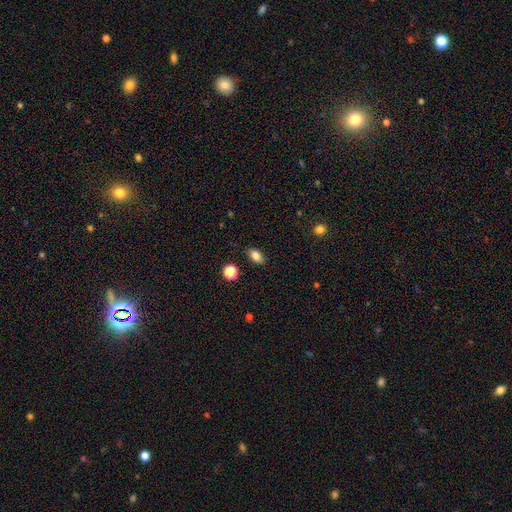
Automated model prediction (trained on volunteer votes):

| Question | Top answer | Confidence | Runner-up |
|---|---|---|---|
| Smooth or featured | smooth | 84% | star or artifact (10%) |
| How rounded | in between | 86% | round (10%) |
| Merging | none | 86% | minor disturbance (10%) |